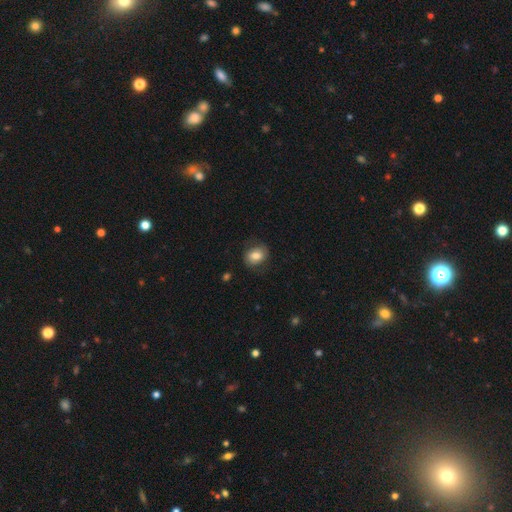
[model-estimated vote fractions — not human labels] smooth-or-featured: smooth: 72% | featured or disk: 20% | star or artifact: 8%
  how-rounded: in between: 51% | round: 48% | cigar-shaped: 1%
  merging: none: 74% | minor disturbance: 17% | major disturbance: 8% | merger: 1%